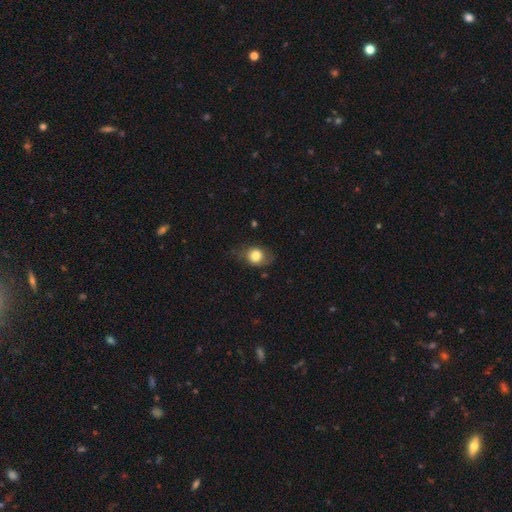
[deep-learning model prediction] Smooth or featured: smooth — 78% (featured or disk — 13%)
How rounded: round — 52% (in between — 47%)
Merging: none — 68% (minor disturbance — 22%)